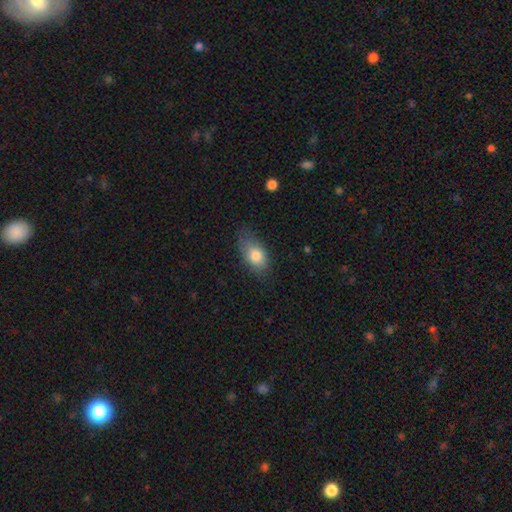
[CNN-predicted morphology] smooth 79%, featured or disk 13%, star or artifact 8%. Down the decision tree: how rounded — in between (87%); merging — none (60%).